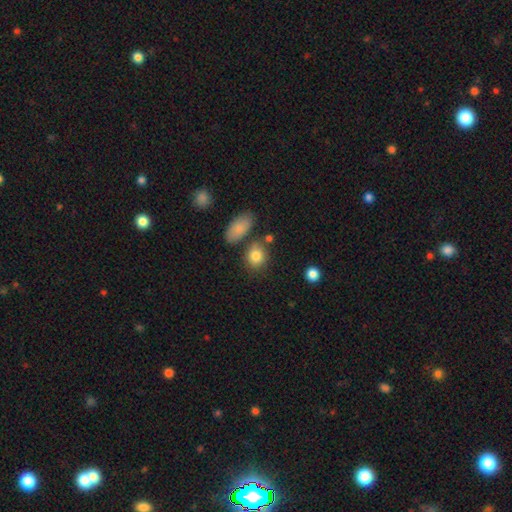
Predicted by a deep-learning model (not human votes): The model was most divided on "how rounded": round: 61%, in between: 37%, cigar-shaped: 2%. More confident: smooth or featured — smooth (84%); merging — none (69%).